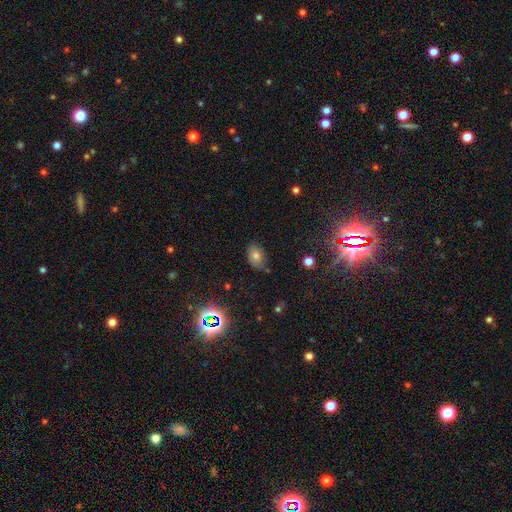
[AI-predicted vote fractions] This appears to be a smooth galaxy with no disk features (71%) that is in between round and cigar-shaped (84%). Merging: none (68%).